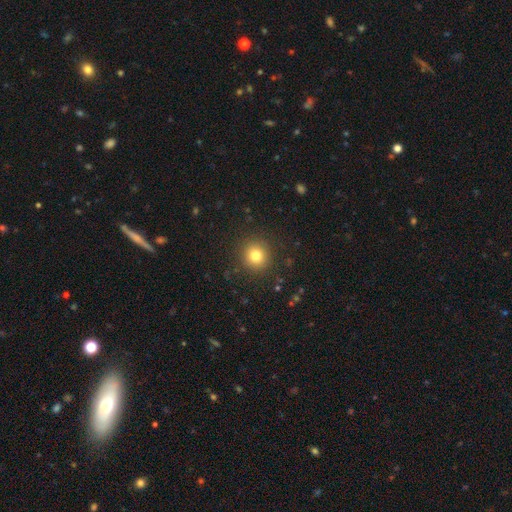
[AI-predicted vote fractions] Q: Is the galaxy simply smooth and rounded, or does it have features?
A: smooth — 79%.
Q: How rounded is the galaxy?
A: round — 93%.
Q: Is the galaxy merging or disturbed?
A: none — 90%.